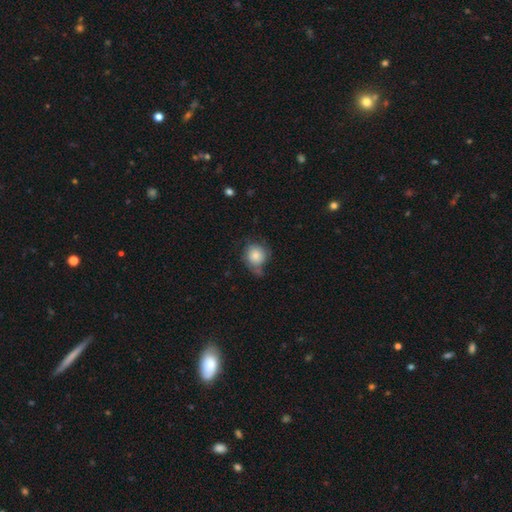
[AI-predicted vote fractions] Smooth or featured?
  - smooth: 75% *
  - featured or disk: 17%
  - star or artifact: 8%
How rounded?
  - round: 85% *
  - in between: 14%
  - cigar-shaped: 1%
Merging?
  - none: 48% *
  - minor disturbance: 31%
  - major disturbance: 14%
  - merger: 6%